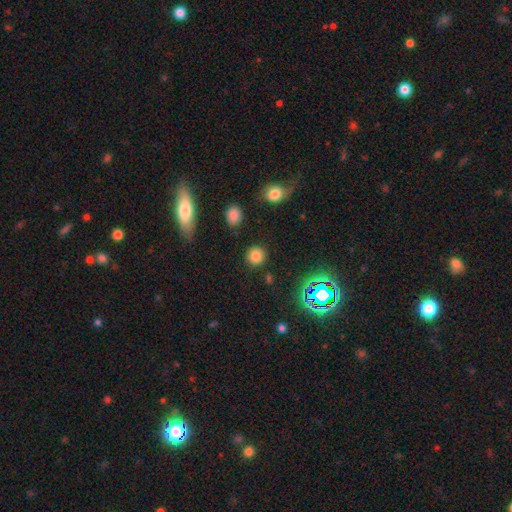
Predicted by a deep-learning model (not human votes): Q: Smooth or featured?
A: smooth (78%); runner-up: star or artifact (16%)
Q: How rounded?
A: round (89%); runner-up: in between (10%)
Q: Merging?
A: none (87%); runner-up: minor disturbance (8%)